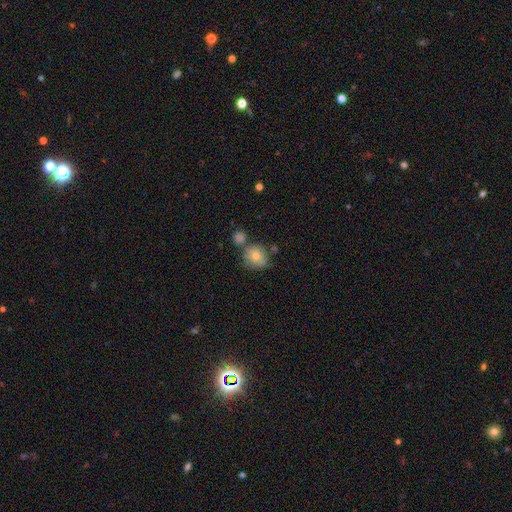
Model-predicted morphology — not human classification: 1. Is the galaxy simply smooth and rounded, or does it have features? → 73% smooth, 16% featured or disk, 11% star or artifact.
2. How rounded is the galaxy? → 77% round, 22% in between, 1% cigar-shaped.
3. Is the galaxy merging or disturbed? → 57% none, 20% merger, 17% minor disturbance, 5% major disturbance.